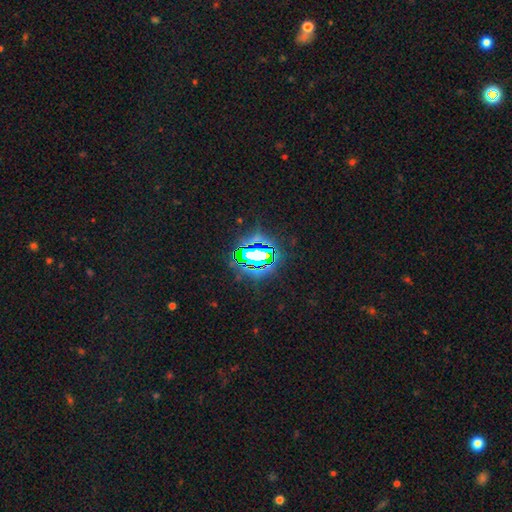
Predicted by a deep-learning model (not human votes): smooth_or_featured: star or artifact (p=0.74) [alt: smooth p=0.14]